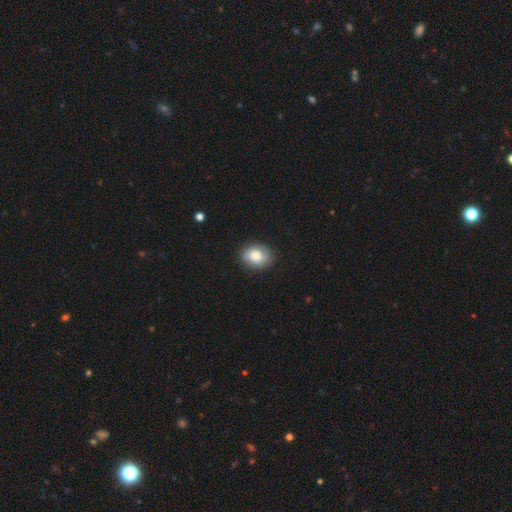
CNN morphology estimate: smooth 80%, featured or disk 12%, star or artifact 7%. Down the decision tree: how rounded — in between (60%); merging — none (86%).